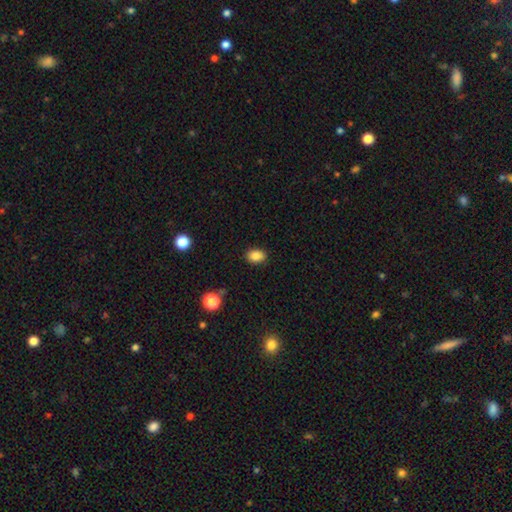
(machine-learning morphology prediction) smooth 85%, star or artifact 10%, featured or disk 5%. Down the decision tree: how rounded — in between (73%); merging — none (86%).